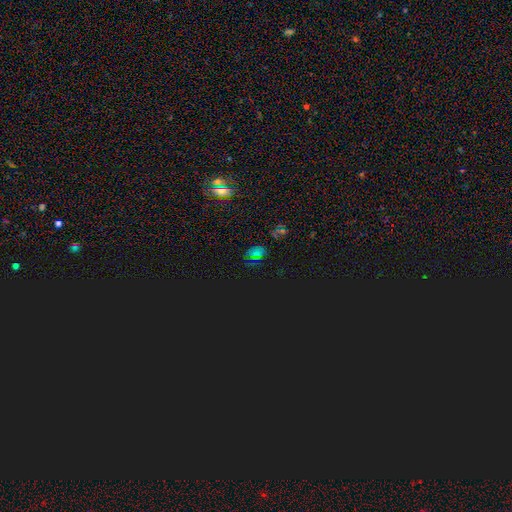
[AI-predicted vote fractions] A star or artifact, not a galaxy (61%).

Vote fractions:
- Smooth or featured? star or artifact: 61% / smooth: 28% / featured or disk: 12%